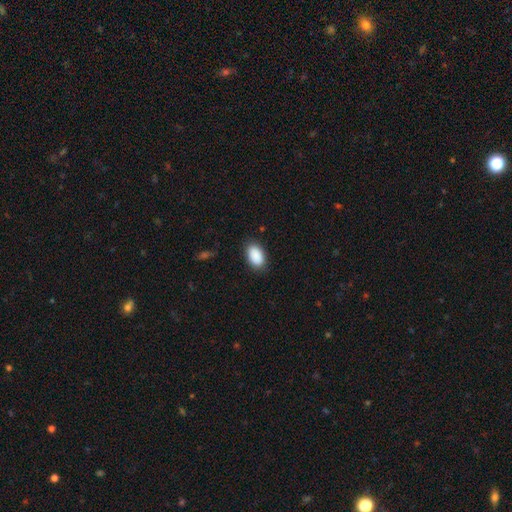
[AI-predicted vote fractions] Q: Smooth or featured?
A: smooth (90%); runner-up: star or artifact (7%)
Q: How rounded?
A: in between (93%); runner-up: round (6%)
Q: Merging?
A: none (86%); runner-up: minor disturbance (11%)